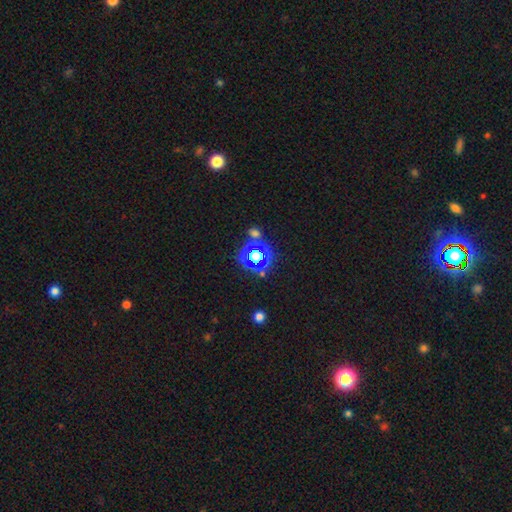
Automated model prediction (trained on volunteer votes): Overall: star or artifact (64%; smooth 26%).